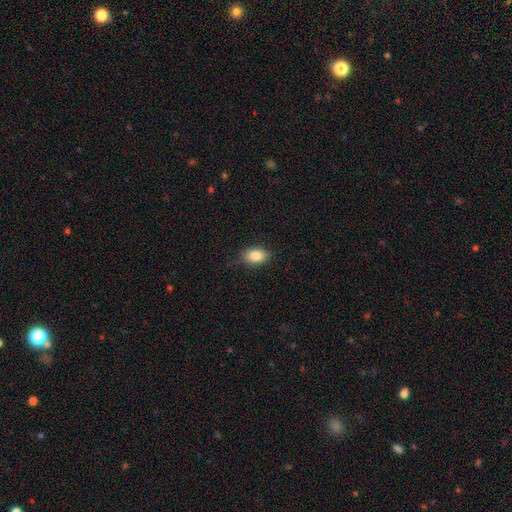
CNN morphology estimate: type=smooth (85%); roundness=in between (88%); merging=none (85%).